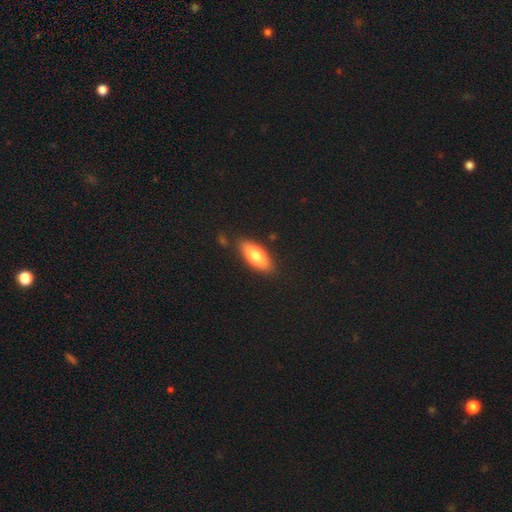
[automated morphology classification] smooth_or_featured: smooth (p=0.76) [alt: featured or disk p=0.18]
how_rounded: in between (p=0.76) [alt: cigar-shaped p=0.22]
merging: none (p=0.85) [alt: minor disturbance p=0.11]